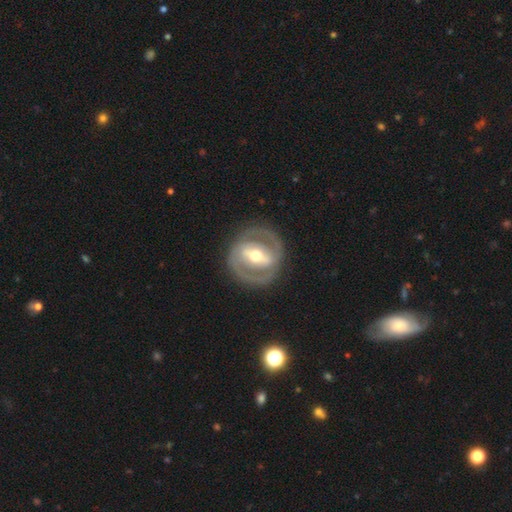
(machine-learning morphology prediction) Smooth or featured? Predicted: featured or disk (p=0.78). Edge-on disk? Predicted: no (p=0.95). Bar? Predicted: strong (p=0.54). Spiral arms? Predicted: yes (p=0.62). Bulge size? Predicted: moderate (p=0.70). Merging? Predicted: none (p=0.83).